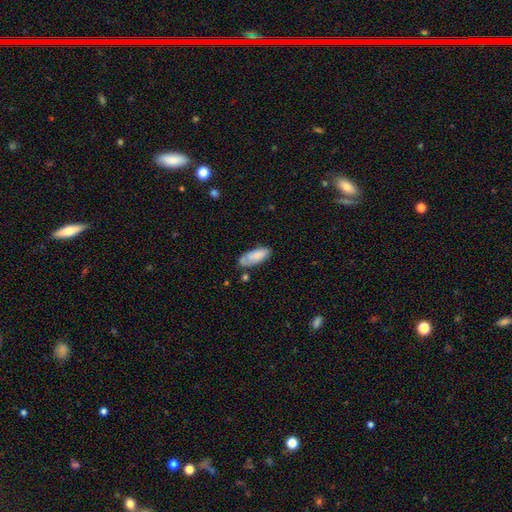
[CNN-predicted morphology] smooth 79%, featured or disk 14%, star or artifact 6%. Down the decision tree: how rounded — in between (79%); merging — none (65%).